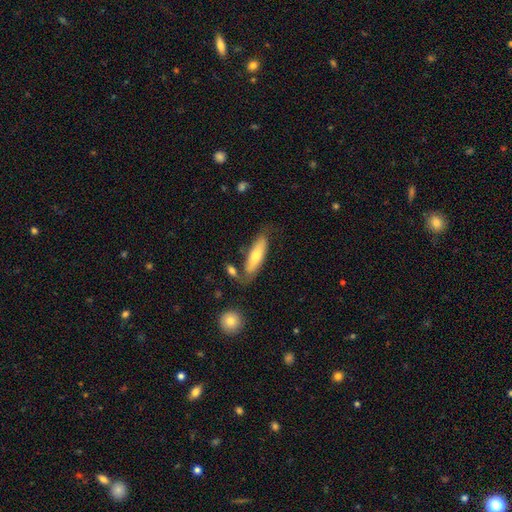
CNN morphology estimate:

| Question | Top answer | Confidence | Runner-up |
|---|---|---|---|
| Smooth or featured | smooth | 62% | featured or disk (31%) |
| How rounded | cigar-shaped | 57% | in between (41%) |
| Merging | none | 67% | minor disturbance (20%) |